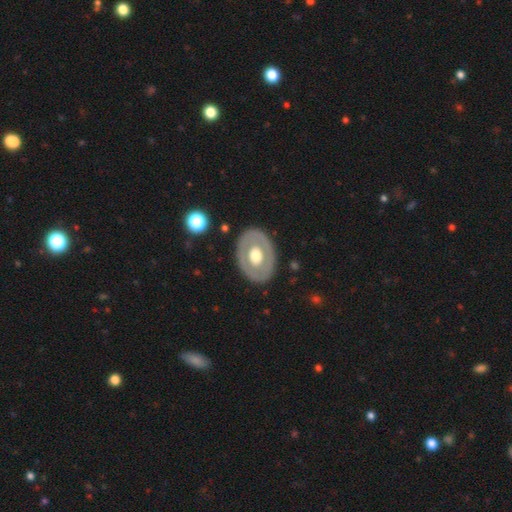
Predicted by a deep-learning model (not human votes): A featured or disk galaxy (54%). Merging: none (84%).